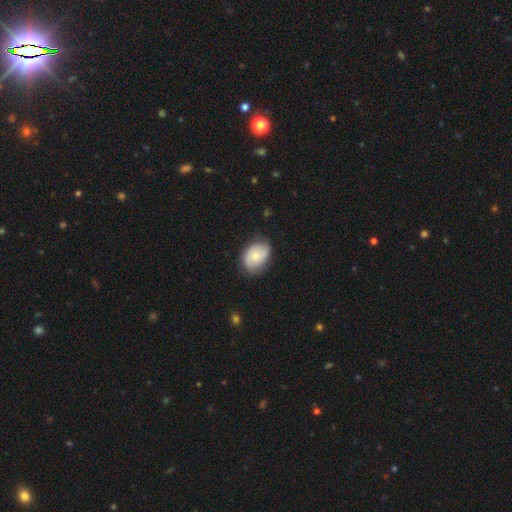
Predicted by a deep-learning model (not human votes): Smooth or featured? Predicted: smooth (p=0.58). How rounded? Predicted: in between (p=0.70). Merging? Predicted: none (p=0.71).